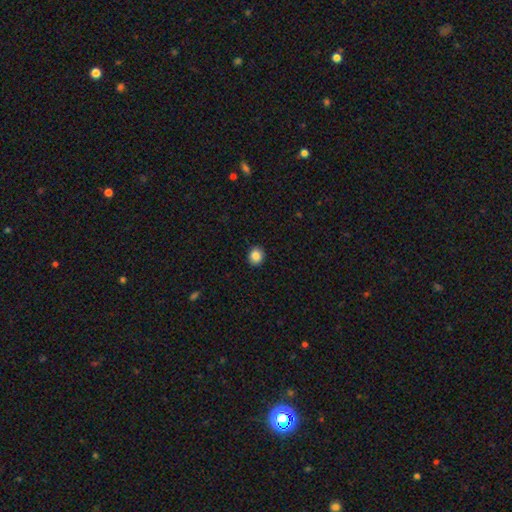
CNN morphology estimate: type=smooth (86%); roundness=round (78%); merging=none (91%).